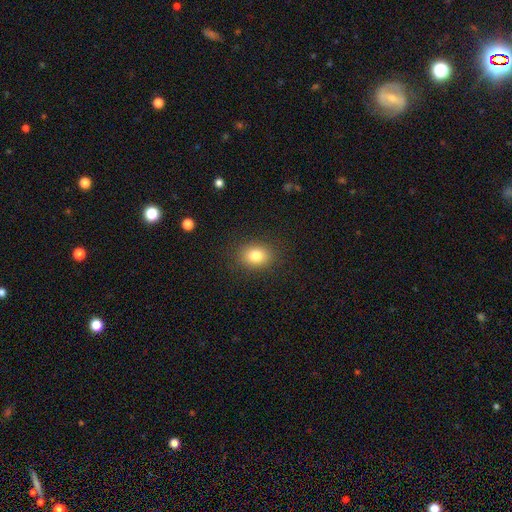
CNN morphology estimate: This is clearly a smooth galaxy (81%). How rounded: possibly in between (55%). Merging: clearly none (87%).